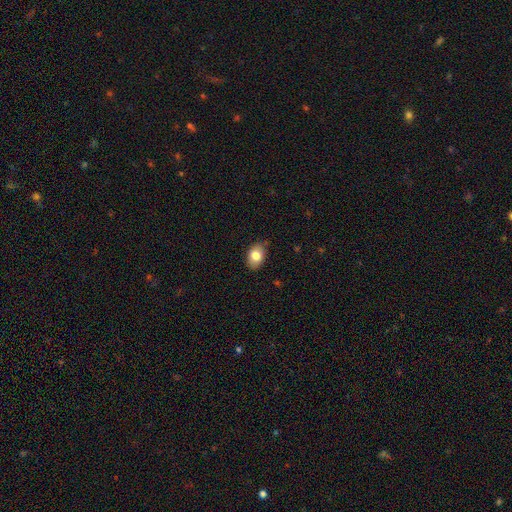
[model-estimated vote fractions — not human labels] Smooth or featured? smooth (82%)
How rounded? in between (82%)
Merging? none (79%)